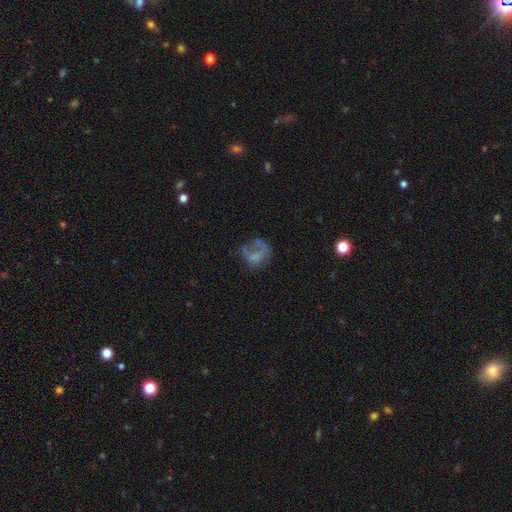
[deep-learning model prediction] smooth_or_featured: smooth (p=0.43) [alt: featured or disk p=0.42]
merging: major disturbance (p=0.38) [alt: none p=0.34]